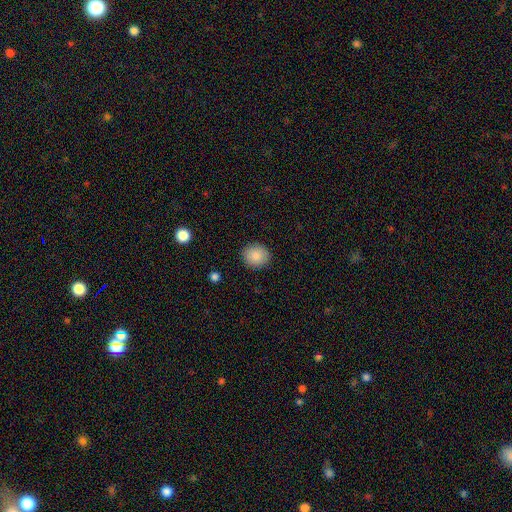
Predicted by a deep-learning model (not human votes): Smooth or featured? smooth (87%)
How rounded? round (78%)
Merging? none (90%)